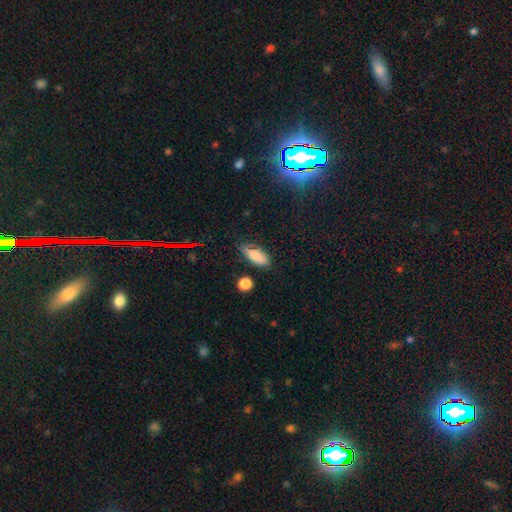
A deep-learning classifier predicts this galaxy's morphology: The model was most divided on "smooth or featured": smooth: 77%, star or artifact: 15%, featured or disk: 9%. More confident: how rounded — in between (81%); merging — none (79%).